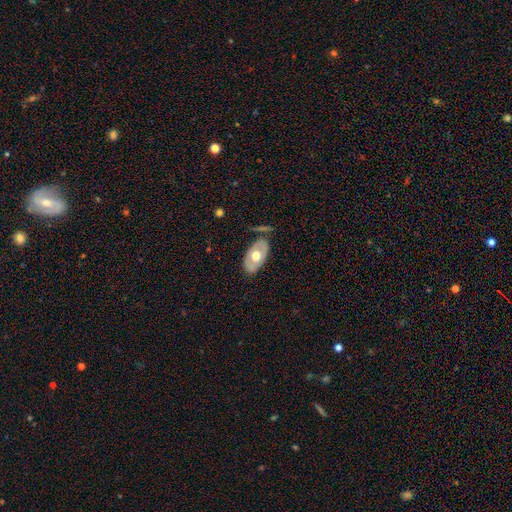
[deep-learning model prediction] A smooth galaxy with no disk features (50%) that is in between round and cigar-shaped (91%). Merging: none (72%).